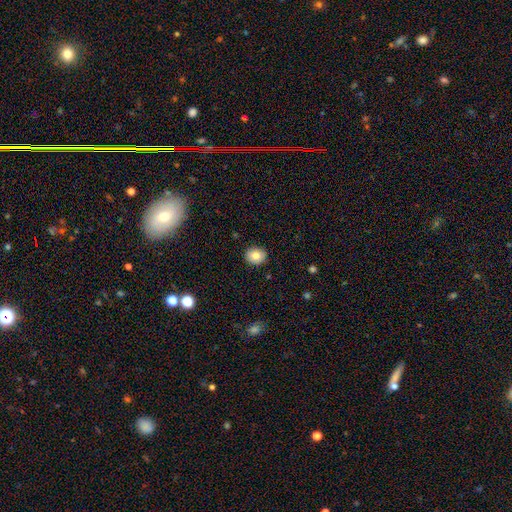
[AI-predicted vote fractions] Overall: smooth (82%). How rounded: round (65%; in between 35%). Merging: none (89%).